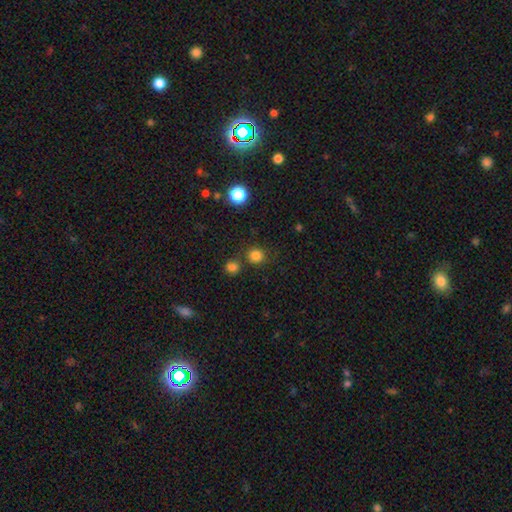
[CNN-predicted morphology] Smooth or featured: smooth — 82% (star or artifact — 14%)
How rounded: round — 91% (in between — 8%)
Merging: none — 80% (merger — 10%)